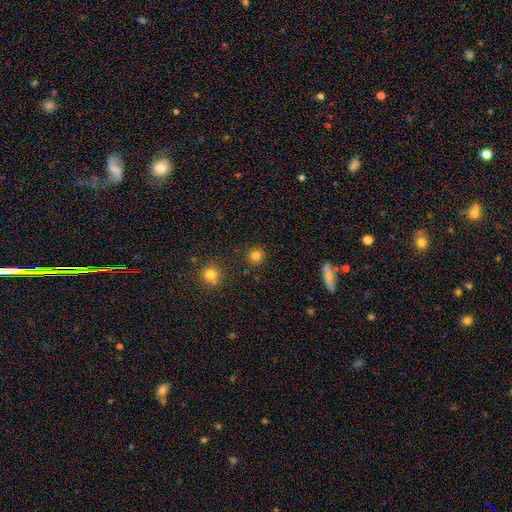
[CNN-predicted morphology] Smooth or featured?
  - smooth: 82% *
  - star or artifact: 13%
  - featured or disk: 5%
How rounded?
  - round: 92% *
  - in between: 7%
  - cigar-shaped: 1%
Merging?
  - none: 89% *
  - minor disturbance: 6%
  - merger: 3%
  - major disturbance: 2%